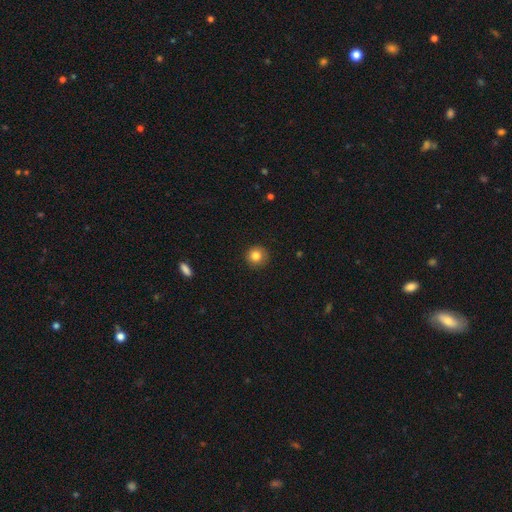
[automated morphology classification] A smooth galaxy with no disk features (83%) that is round (94%).

Vote fractions:
- Smooth or featured? smooth: 83% / star or artifact: 11% / featured or disk: 7%
- How rounded? round: 94% / in between: 5% / cigar-shaped: 1%
- Merging? none: 90% / minor disturbance: 7% / major disturbance: 2% / merger: 1%